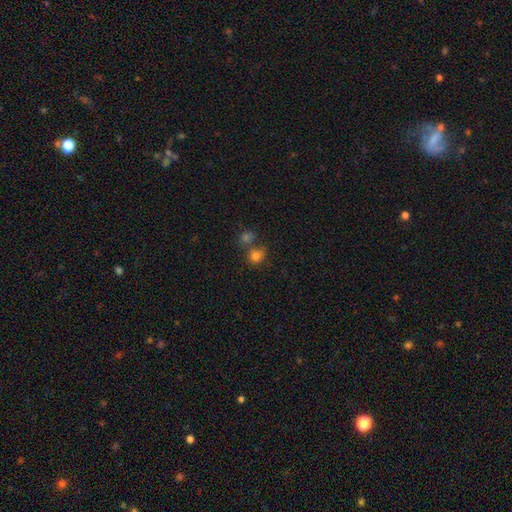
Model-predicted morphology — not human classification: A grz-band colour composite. It shows a smooth galaxy with no disk features (78%) that is round (78%). Merging: none (50%).